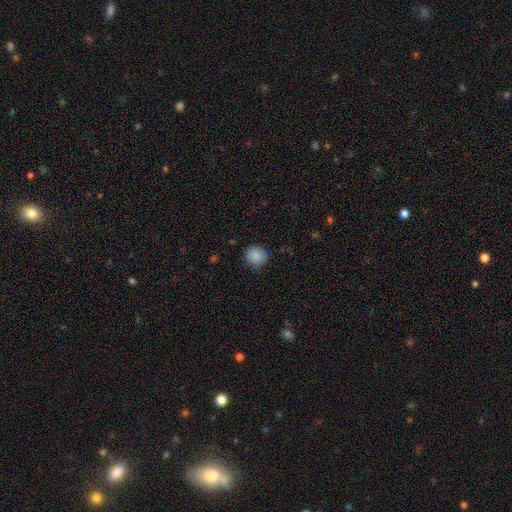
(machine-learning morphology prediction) Smooth or featured? smooth (87%)
How rounded? round (91%)
Merging? none (83%)